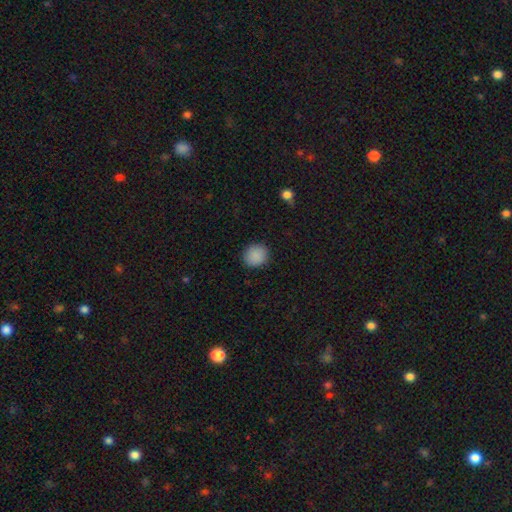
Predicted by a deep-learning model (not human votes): Q: Smooth or featured?
A: smooth (89%); runner-up: star or artifact (8%)
Q: How rounded?
A: round (87%); runner-up: in between (12%)
Q: Merging?
A: none (91%); runner-up: minor disturbance (6%)